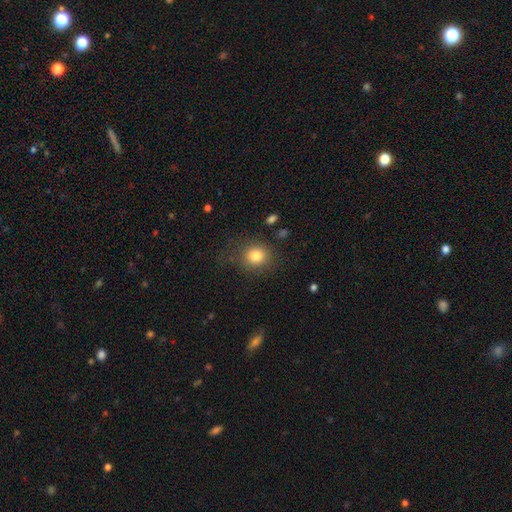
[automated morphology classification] Smooth or featured?
  - smooth: 81% *
  - star or artifact: 11%
  - featured or disk: 8%
How rounded?
  - round: 79% *
  - in between: 20%
  - cigar-shaped: 1%
Merging?
  - none: 77% *
  - minor disturbance: 13%
  - major disturbance: 7%
  - merger: 2%